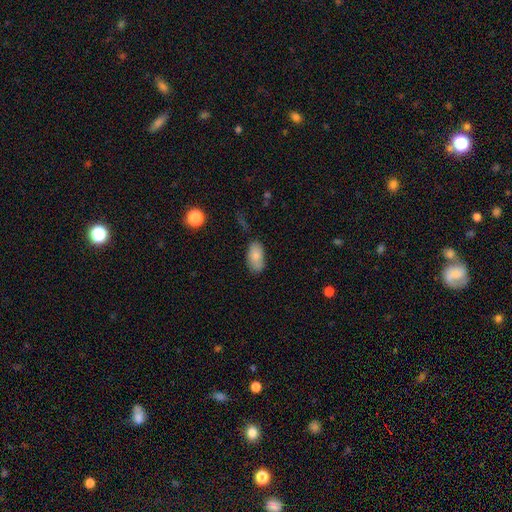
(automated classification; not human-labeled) smooth_or_featured: smooth (p=0.83) [alt: featured or disk p=0.10]
how_rounded: in between (p=0.93) [alt: round p=0.04]
merging: none (p=0.71) [alt: minor disturbance p=0.22]